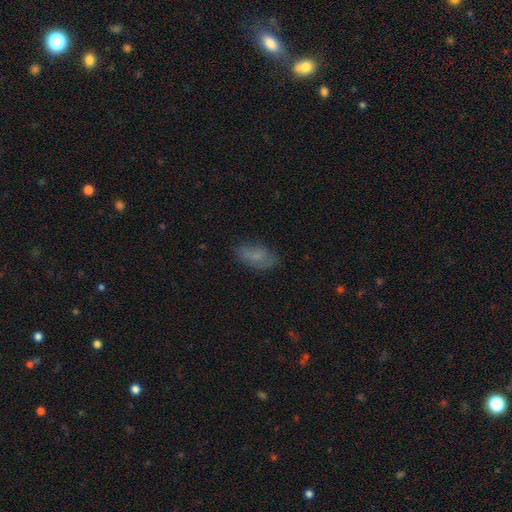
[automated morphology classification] This is likely a smooth galaxy (73%). How rounded: clearly in between (91%). Merging: likely none (70%).